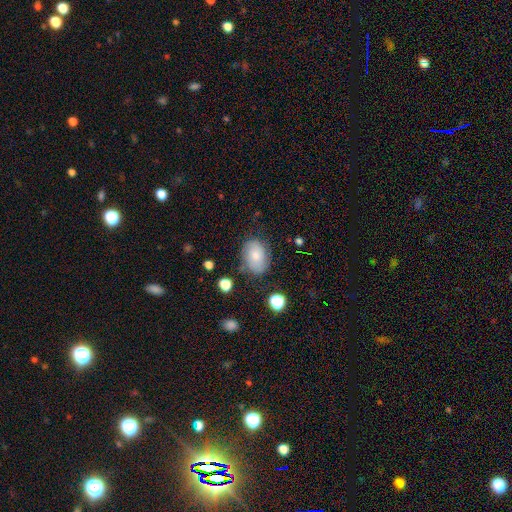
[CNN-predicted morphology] This is likely a smooth galaxy (69%). How rounded: likely in between (76%). Merging: likely none (68%).